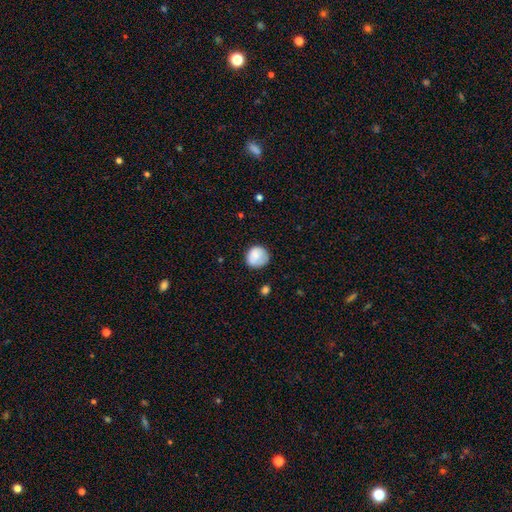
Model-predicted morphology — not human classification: type=smooth (83%); roundness=round (84%); merging=none (71%).